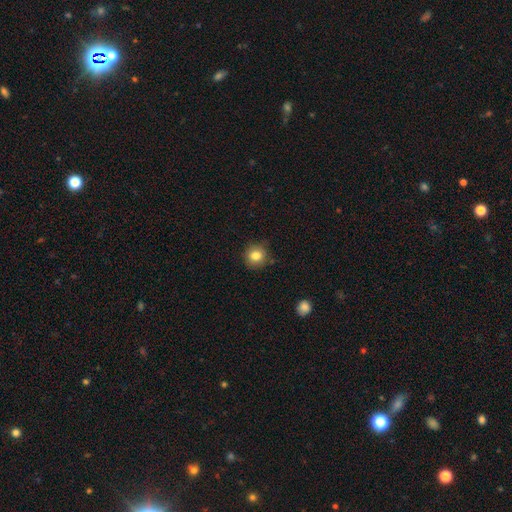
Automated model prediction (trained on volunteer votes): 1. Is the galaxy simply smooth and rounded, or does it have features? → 82% smooth, 11% star or artifact, 7% featured or disk.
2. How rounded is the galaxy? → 90% round, 9% in between, 1% cigar-shaped.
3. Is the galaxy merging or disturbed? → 84% none, 11% minor disturbance, 2% major disturbance, 2% merger.